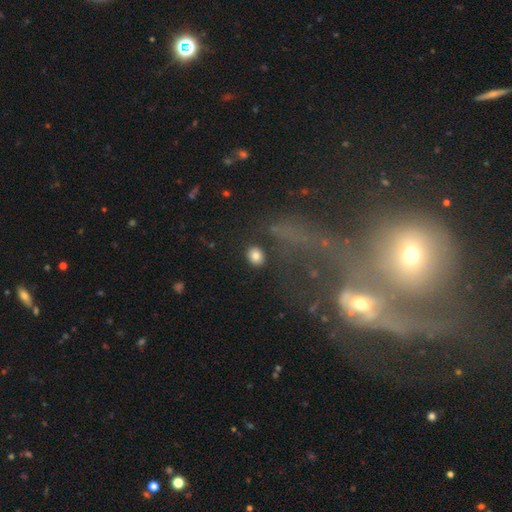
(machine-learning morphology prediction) A smooth galaxy with no disk features (82%) that is round (63%).

Vote fractions:
- Smooth or featured? smooth: 82% / star or artifact: 10% / featured or disk: 7%
- How rounded? round: 63% / in between: 36% / cigar-shaped: 1%
- Merging? none: 85% / minor disturbance: 8% / major disturbance: 3% / merger: 3%